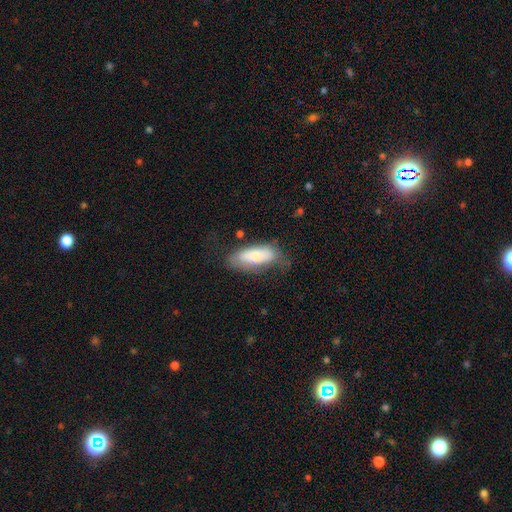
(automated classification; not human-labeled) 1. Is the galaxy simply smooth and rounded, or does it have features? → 72% smooth, 22% featured or disk, 6% star or artifact.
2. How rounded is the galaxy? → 76% in between, 22% cigar-shaped, 2% round.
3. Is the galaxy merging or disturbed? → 56% none, 29% minor disturbance, 12% major disturbance, 3% merger.